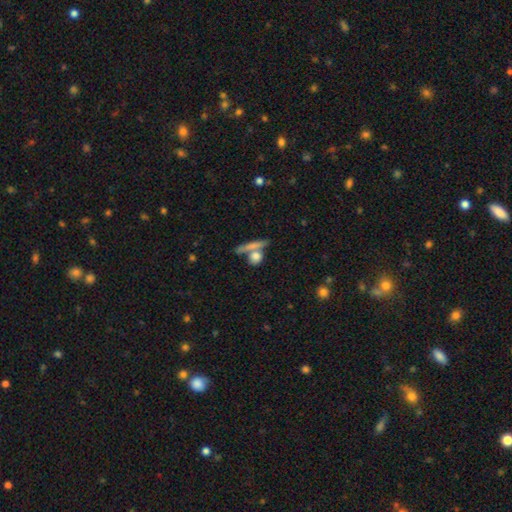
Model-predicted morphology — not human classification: Smooth or featured? Predicted: smooth (p=0.73). How rounded? Predicted: round (p=0.44). Merging? Predicted: none (p=0.52).